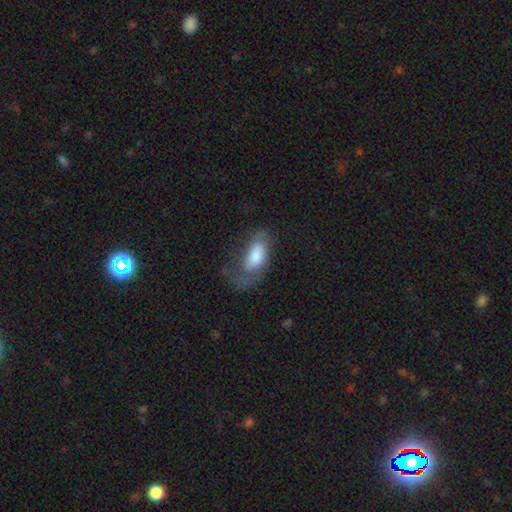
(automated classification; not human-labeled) This is possibly a smooth galaxy (58%). How rounded: clearly in between (89%). Merging: marginally major disturbance (41%).